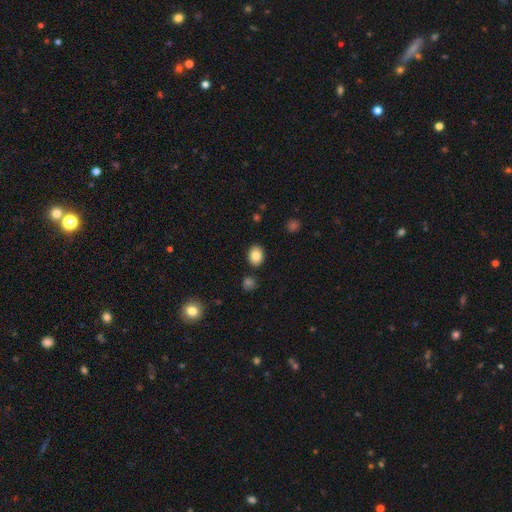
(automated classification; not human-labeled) smooth 84%, star or artifact 9%, featured or disk 7%. Down the decision tree: how rounded — in between (63%); merging — none (87%).